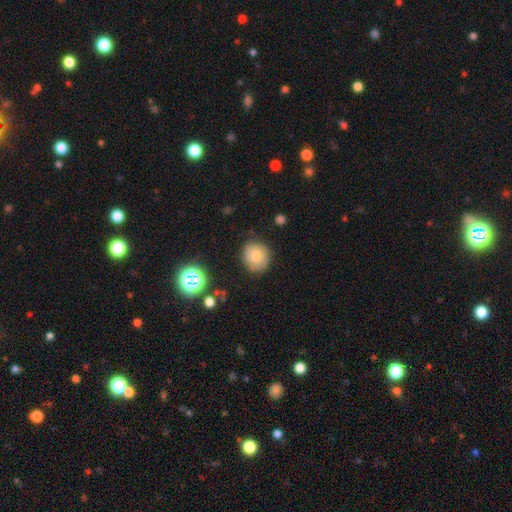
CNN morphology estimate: A smooth galaxy with no disk features (75%) that is round (82%). Merging: none (82%).